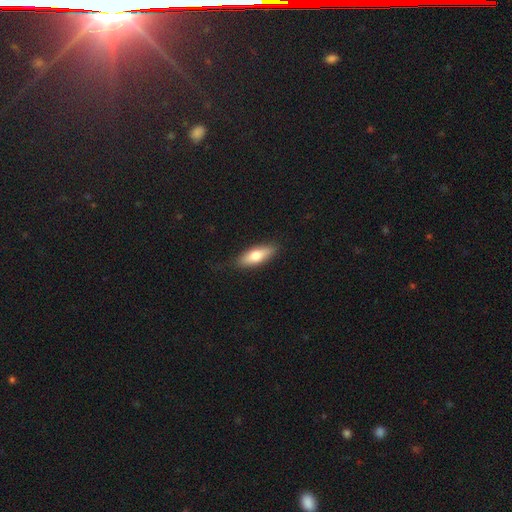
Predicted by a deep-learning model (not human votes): Smooth or featured: smooth — 72% (featured or disk — 22%)
How rounded: in between — 63% (cigar-shaped — 35%)
Merging: none — 84% (minor disturbance — 12%)